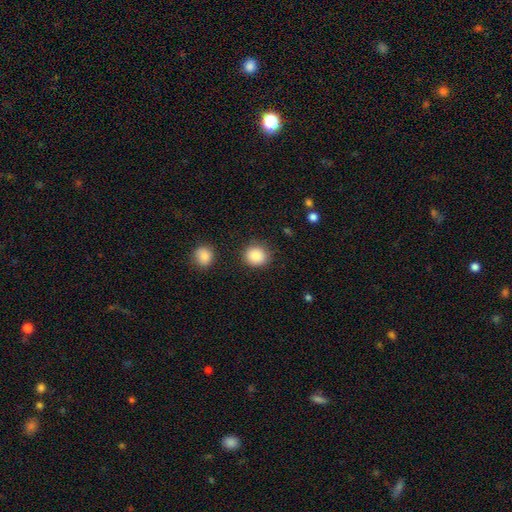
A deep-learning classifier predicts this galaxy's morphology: smooth-or-featured: smooth: 87% | star or artifact: 9% | featured or disk: 4%
  how-rounded: round: 83% | in between: 16% | cigar-shaped: 1%
  merging: none: 86% | minor disturbance: 8% | merger: 3% | major disturbance: 3%